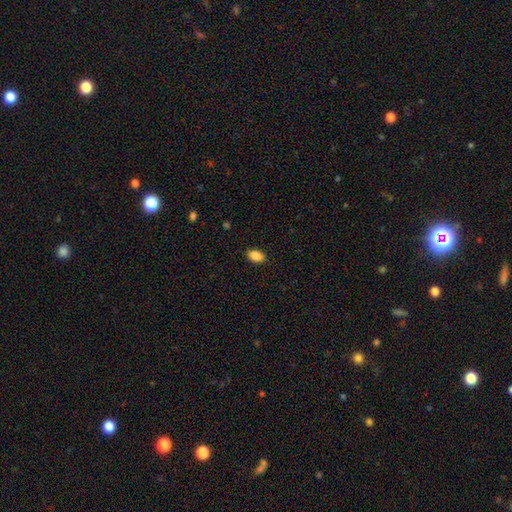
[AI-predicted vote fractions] smooth-or-featured: smooth: 88% | star or artifact: 8% | featured or disk: 4%
  how-rounded: in between: 91% | round: 6% | cigar-shaped: 2%
  merging: none: 89% | minor disturbance: 9% | major disturbance: 2% | merger: 1%